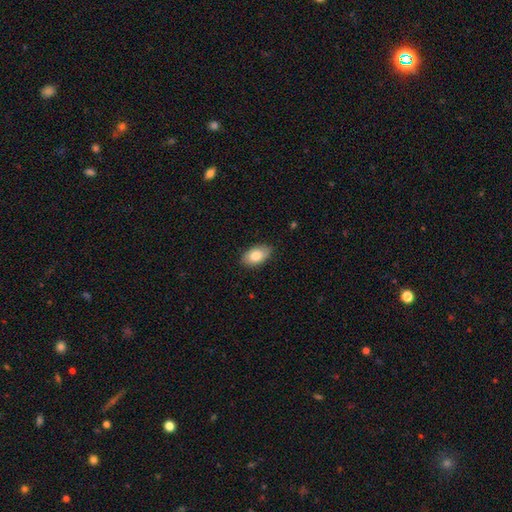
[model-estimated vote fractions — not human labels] Morphology: type=smooth (82%); roundness=in between (93%); merging=none (85%).